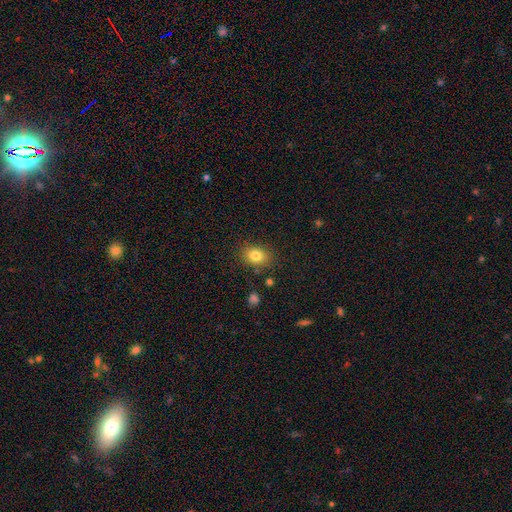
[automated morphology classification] Smooth or featured: smooth — 81% (star or artifact — 11%)
How rounded: in between — 64% (round — 35%)
Merging: none — 83% (minor disturbance — 11%)